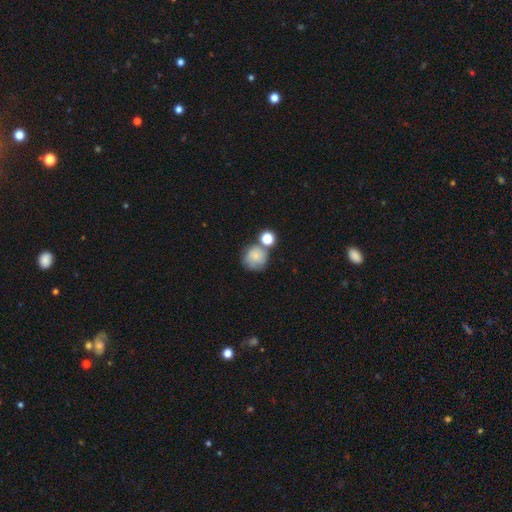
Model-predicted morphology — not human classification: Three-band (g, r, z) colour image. It shows a smooth galaxy with no disk features (72%) that is round (83%). Merging: none (50%).